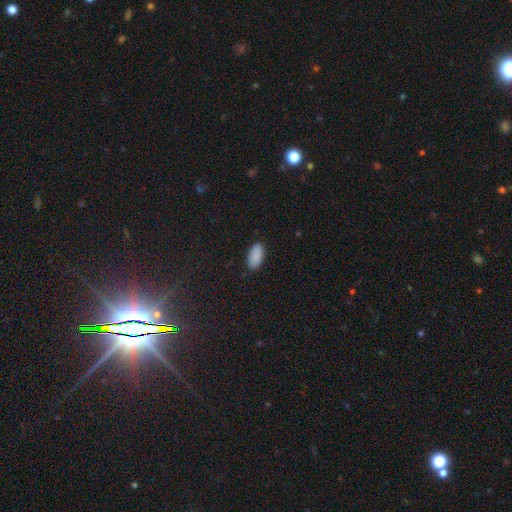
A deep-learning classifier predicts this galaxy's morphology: smooth 90%, star or artifact 7%, featured or disk 4%. Down the decision tree: how rounded — in between (95%); merging — none (88%).